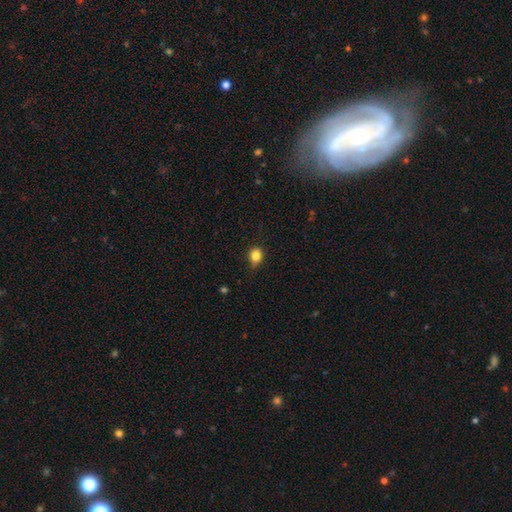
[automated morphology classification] This is clearly a smooth galaxy (84%). How rounded: likely round (64%). Merging: likely none (76%).